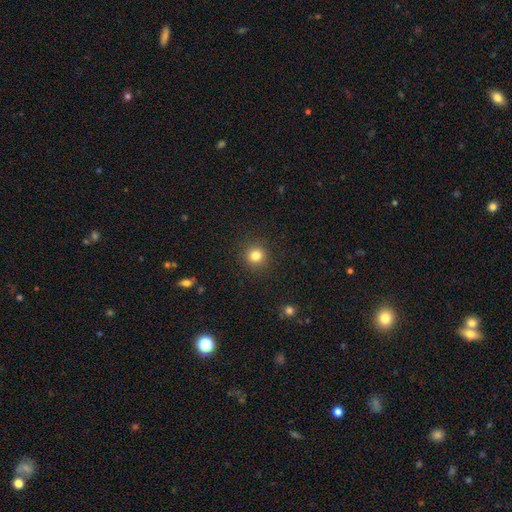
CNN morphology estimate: This appears to be a smooth galaxy with no disk features (82%) that is round (91%). Merging: none (90%).